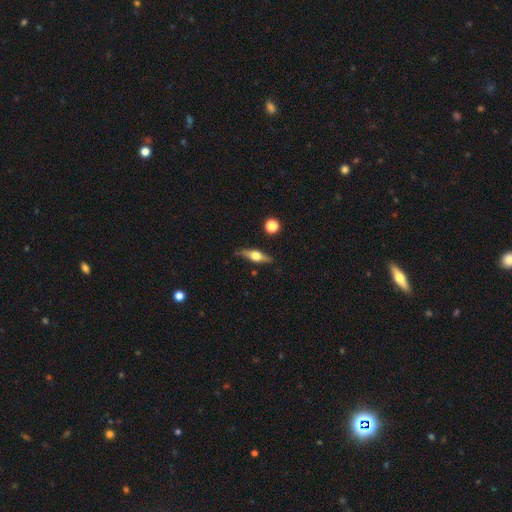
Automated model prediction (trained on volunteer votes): Smooth or featured: featured or disk — 60% (smooth — 34%)
Edge-on disk: yes — 92% (no — 8%)
Edge-on bulge: rounded — 93% (boxy — 5%)
Merging: none — 80% (minor disturbance — 14%)